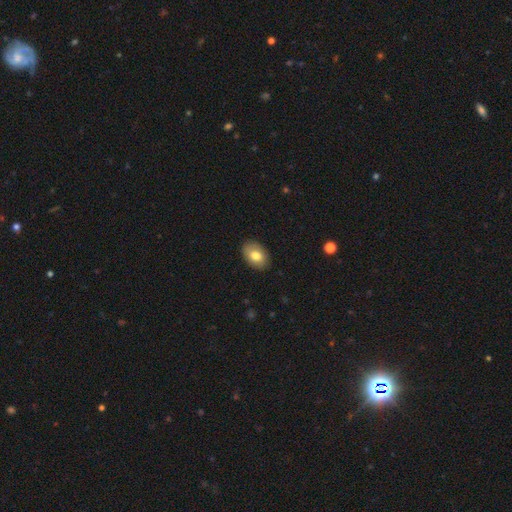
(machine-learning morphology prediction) type=smooth (78%); roundness=in between (84%); merging=none (88%).